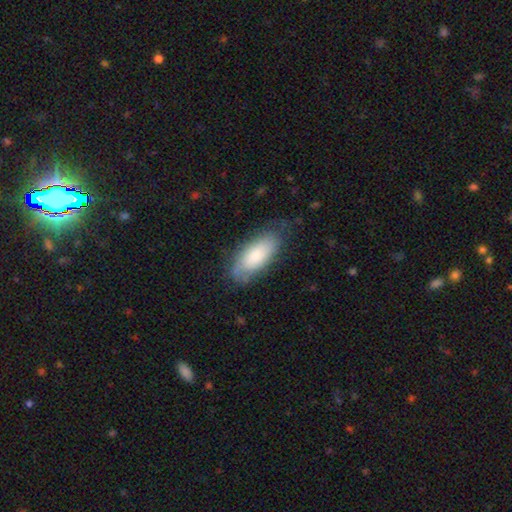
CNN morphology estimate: A smooth galaxy with no disk features (70%) that is in between round and cigar-shaped (86%).

Vote fractions:
- Smooth or featured? smooth: 70% / featured or disk: 24% / star or artifact: 6%
- How rounded? in between: 86% / cigar-shaped: 12% / round: 2%
- Merging? none: 67% / minor disturbance: 24% / major disturbance: 8% / merger: 2%